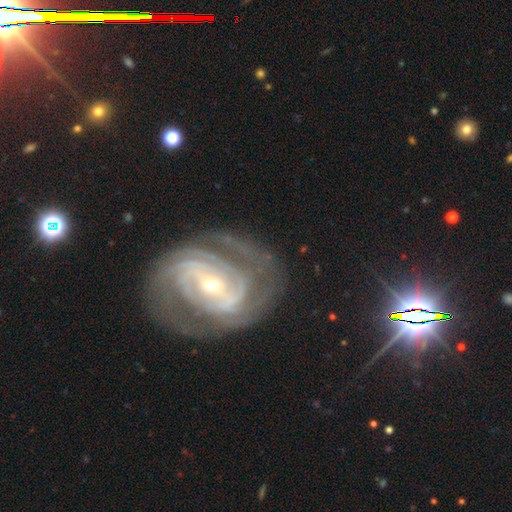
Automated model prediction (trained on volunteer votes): This is clearly a featured or disk galaxy (87%). It is clearly not viewed edge-on (97%). Bar: marginally strong (45%). Spiral arm pattern: clearly yes (94%). Spiral arm count: possibly 2 (58%). Spiral winding: possibly tight (54%). Central bulge: likely small (62%). Merging: likely none (72%).